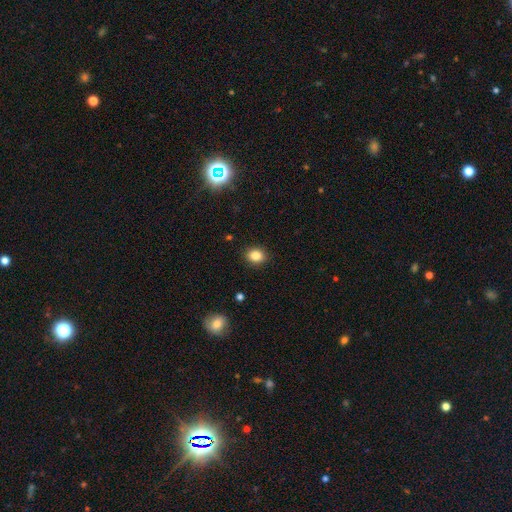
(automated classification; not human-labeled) smooth 84%, star or artifact 10%, featured or disk 5%. Down the decision tree: how rounded — round (56%); merging — none (90%).